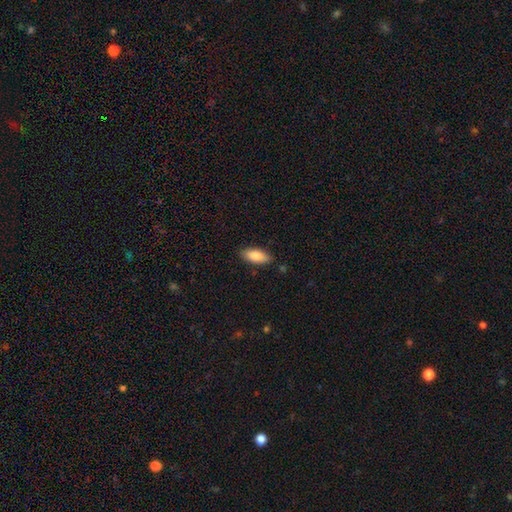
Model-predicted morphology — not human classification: Smooth or featured? smooth (84%)
How rounded? in between (83%)
Merging? none (85%)